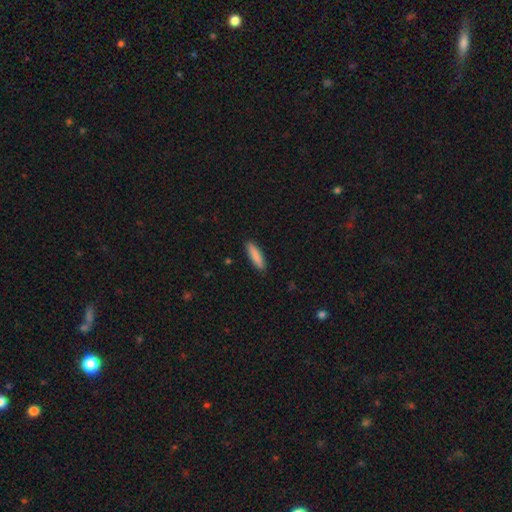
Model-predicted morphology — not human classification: Smooth or featured? Predicted: smooth (p=0.87). How rounded? Predicted: cigar-shaped (p=0.75). Merging? Predicted: none (p=0.89).